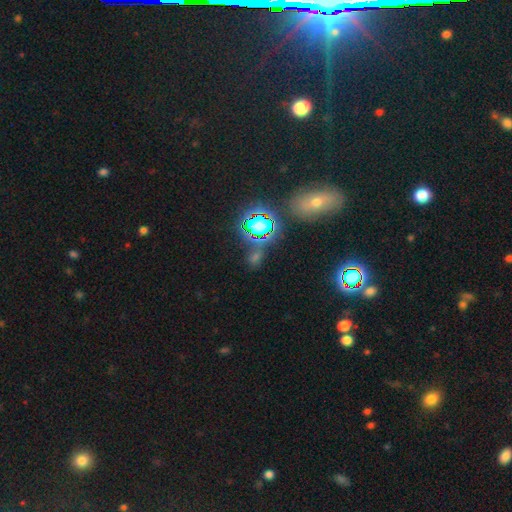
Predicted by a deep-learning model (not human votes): Smooth or featured? star or artifact (66%)